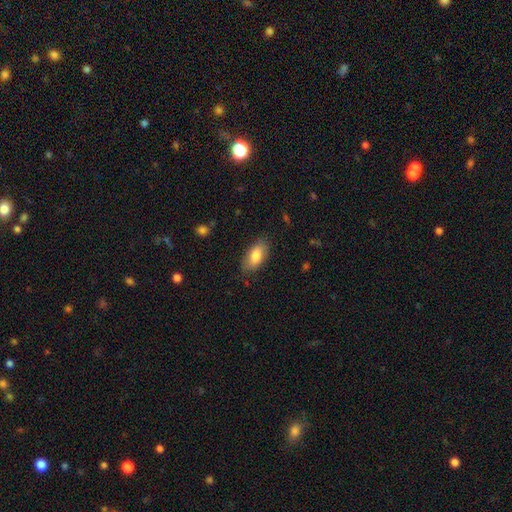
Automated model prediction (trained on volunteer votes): A smooth galaxy with no disk features (84%) that is in between round and cigar-shaped (90%).

Vote fractions:
- Smooth or featured? smooth: 84% / featured or disk: 10% / star or artifact: 6%
- How rounded? in between: 90% / cigar-shaped: 7% / round: 3%
- Merging? none: 80% / minor disturbance: 15% / major disturbance: 4% / merger: 1%